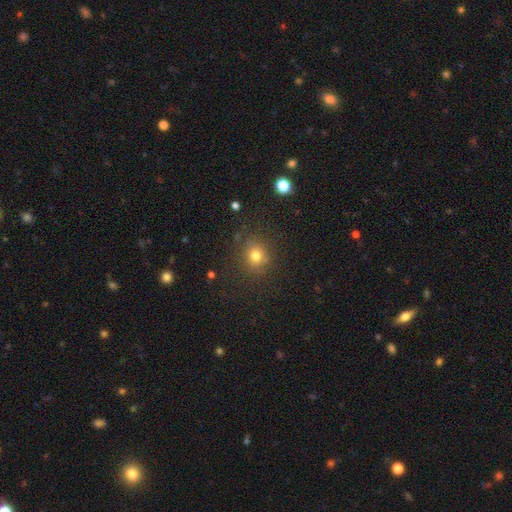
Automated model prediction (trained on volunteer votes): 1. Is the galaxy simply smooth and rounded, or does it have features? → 76% smooth, 17% star or artifact, 7% featured or disk.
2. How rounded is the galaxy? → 83% round, 16% in between, 1% cigar-shaped.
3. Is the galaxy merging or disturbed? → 83% none, 11% minor disturbance, 4% major disturbance, 2% merger.